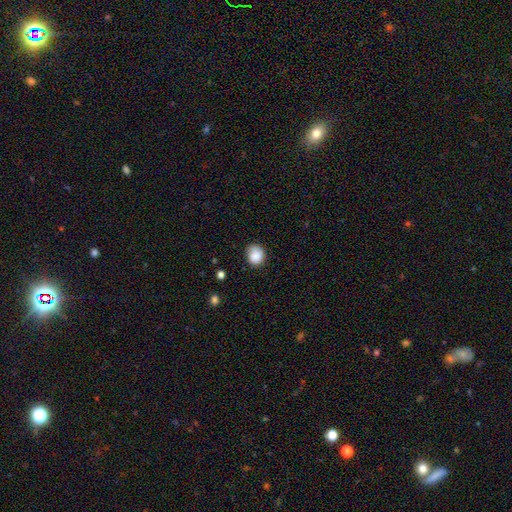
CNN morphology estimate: Q: Smooth or featured?
A: smooth (85%); runner-up: star or artifact (8%)
Q: How rounded?
A: round (70%); runner-up: in between (29%)
Q: Merging?
A: none (71%); runner-up: minor disturbance (22%)